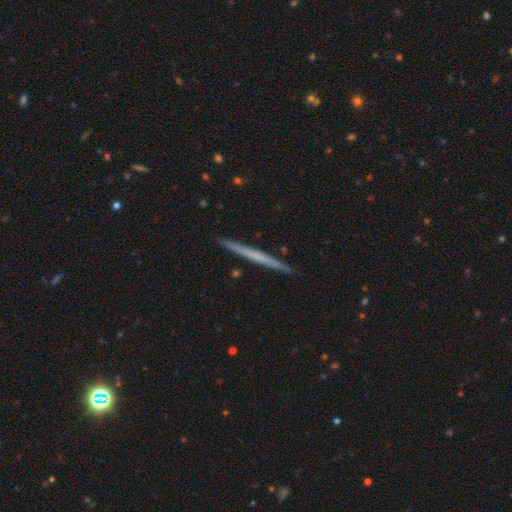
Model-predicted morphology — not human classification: A featured or disk galaxy (53%) viewed edge-on (98%) with no central bulge (88%). Merging: none (92%).